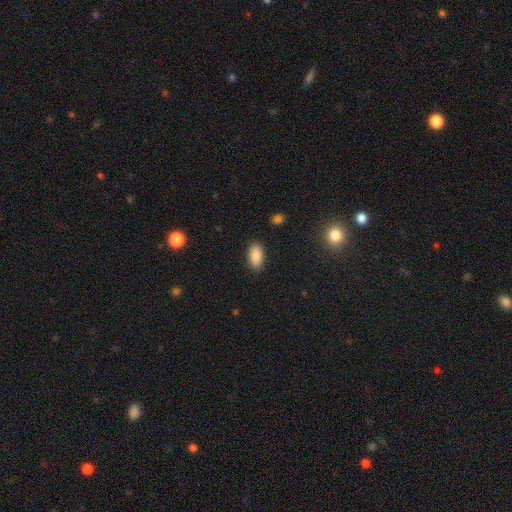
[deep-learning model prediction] smooth 87%, star or artifact 8%, featured or disk 5%. Down the decision tree: how rounded — in between (92%); merging — none (87%).